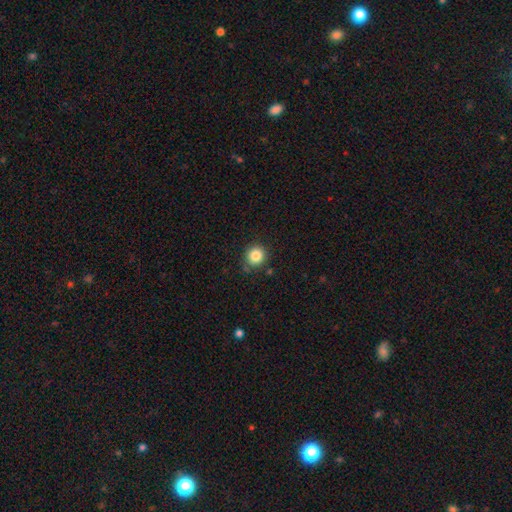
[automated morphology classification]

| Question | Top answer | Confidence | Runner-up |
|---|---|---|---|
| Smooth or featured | smooth | 85% | star or artifact (11%) |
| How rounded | round | 89% | in between (10%) |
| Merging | none | 84% | minor disturbance (11%) |